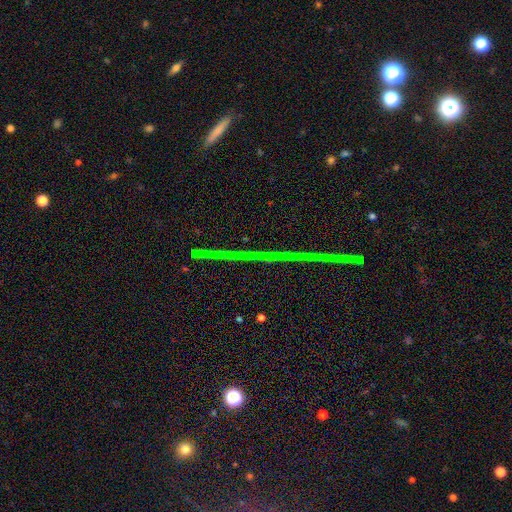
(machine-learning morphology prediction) Q: Smooth or featured?
A: star or artifact (82%); runner-up: featured or disk (11%)